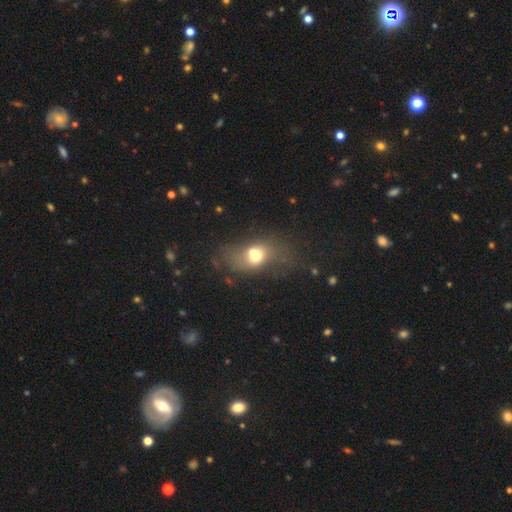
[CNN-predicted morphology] type=smooth (54%); roundness=in between (69%); merging=merger (35%).